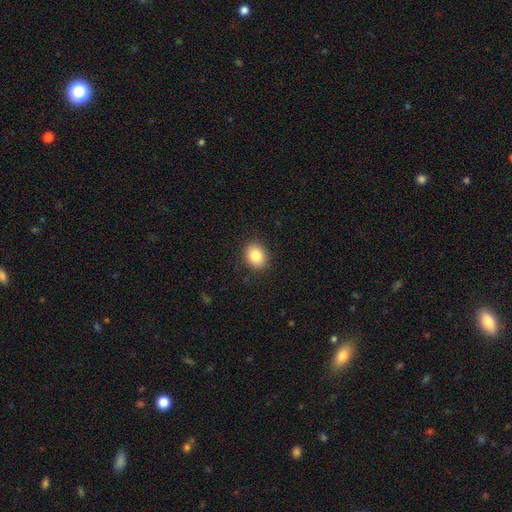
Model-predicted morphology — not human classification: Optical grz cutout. It shows a smooth galaxy with no disk features (85%) that is in between round and cigar-shaped (50%). Merging: none (89%).